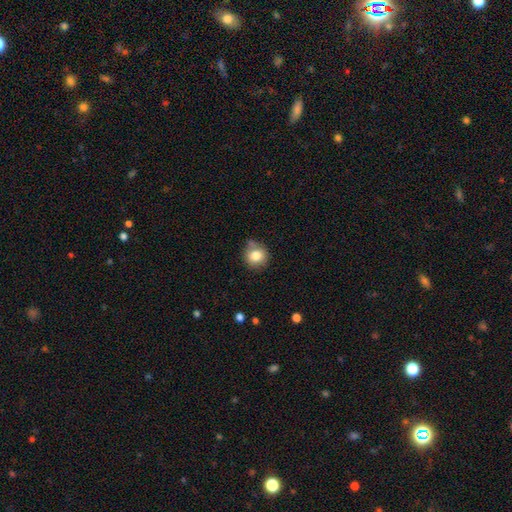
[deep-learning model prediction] Morphology: type=smooth (81%); roundness=round (89%); merging=none (69%).